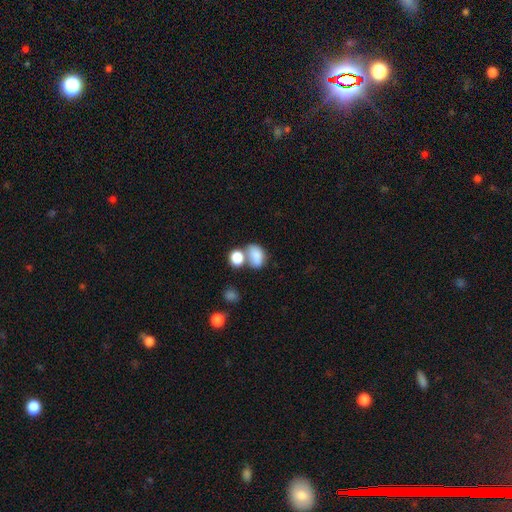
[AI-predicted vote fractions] Smooth or featured: smooth — 80% (featured or disk — 10%)
How rounded: in between — 77% (round — 22%)
Merging: merger — 43% (none — 35%)